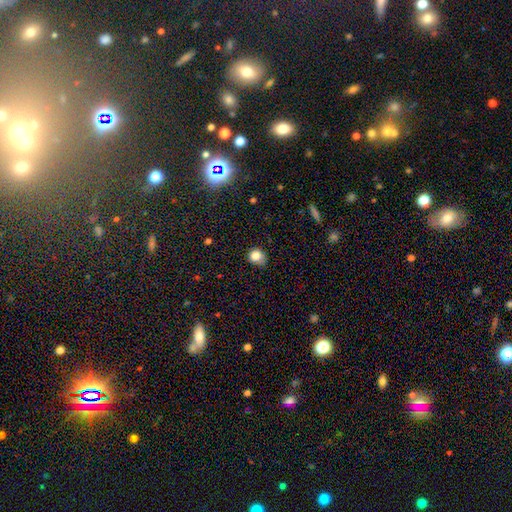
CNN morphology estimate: This appears to be a smooth galaxy with no disk features (81%) that is round (74%). Merging: none (65%).